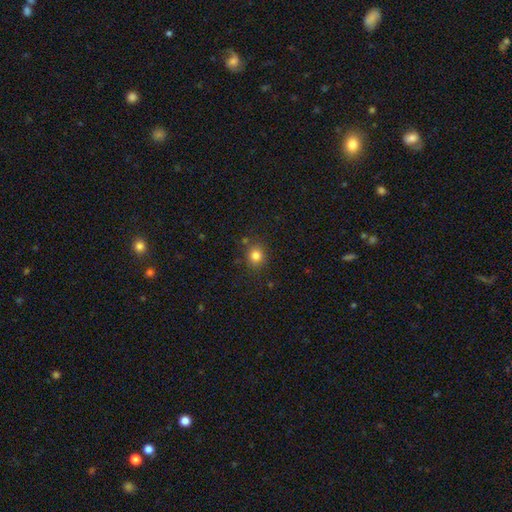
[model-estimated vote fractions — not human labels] smooth_or_featured: smooth (p=0.81) [alt: star or artifact p=0.13]
how_rounded: round (p=0.84) [alt: in between p=0.15]
merging: none (p=0.83) [alt: minor disturbance p=0.10]